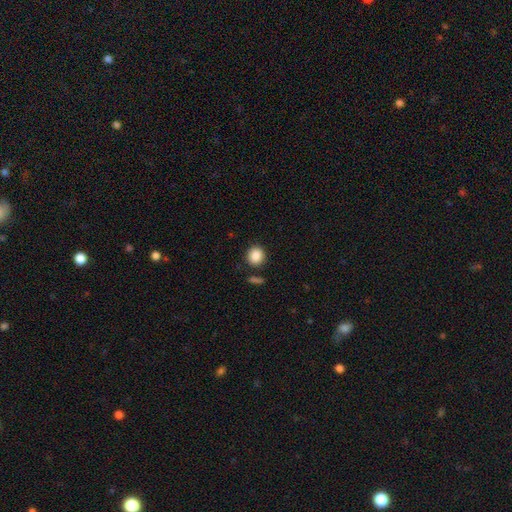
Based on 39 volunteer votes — This appears to be a smooth galaxy with no disk features (90%) that is round (89%). Merging: none (89%).